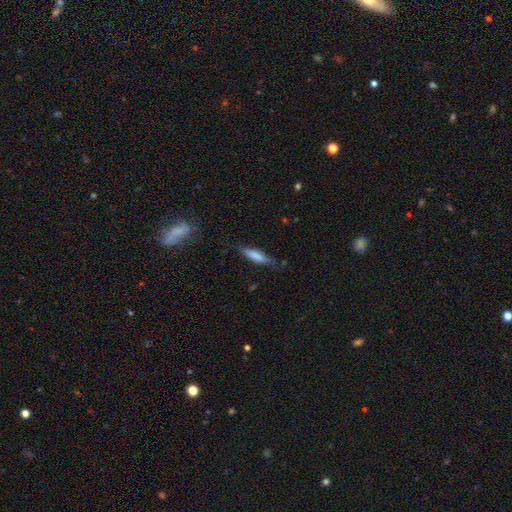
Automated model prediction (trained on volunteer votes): This is likely a smooth galaxy (73%). How rounded: likely cigar-shaped (72%). Merging: likely none (73%).